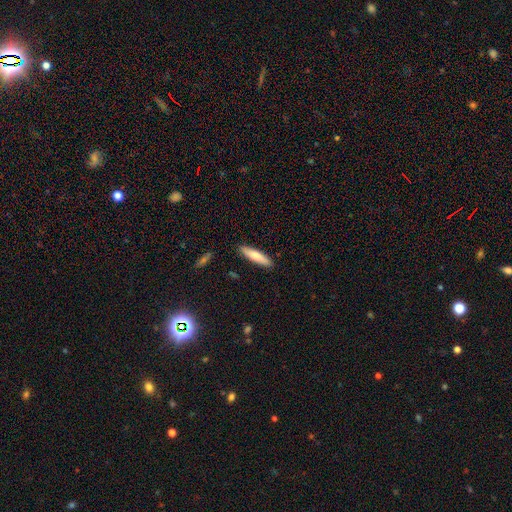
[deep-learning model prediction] Smooth or featured?
  - smooth: 70% *
  - featured or disk: 24%
  - star or artifact: 6%
How rounded?
  - cigar-shaped: 76% *
  - in between: 22%
  - round: 1%
Merging?
  - none: 89% *
  - minor disturbance: 8%
  - major disturbance: 2%
  - merger: 1%